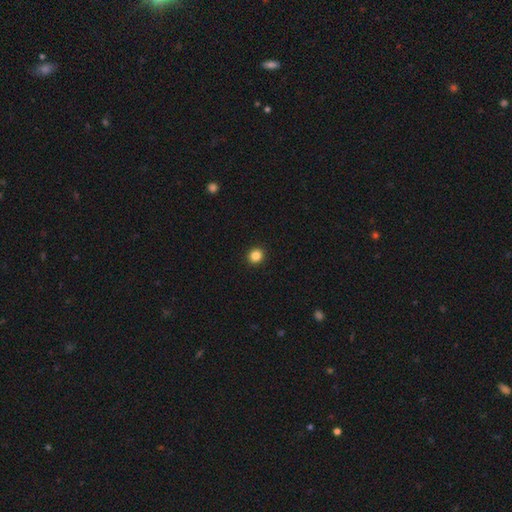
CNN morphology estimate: Smooth or featured: smooth — 85% (star or artifact — 11%)
How rounded: round — 89% (in between — 10%)
Merging: none — 94% (minor disturbance — 4%)